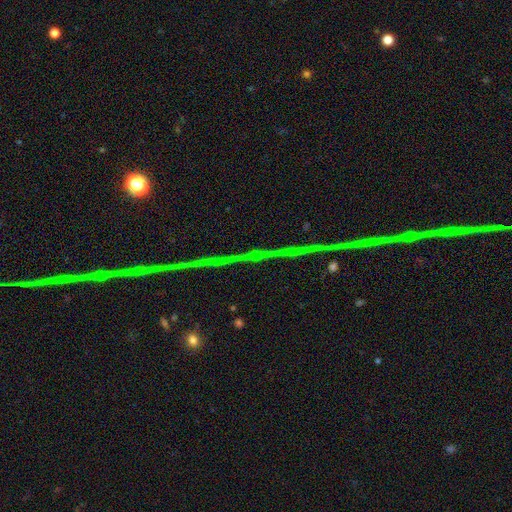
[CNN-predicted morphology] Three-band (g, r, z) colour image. It shows a star or artifact, not a galaxy (76%).